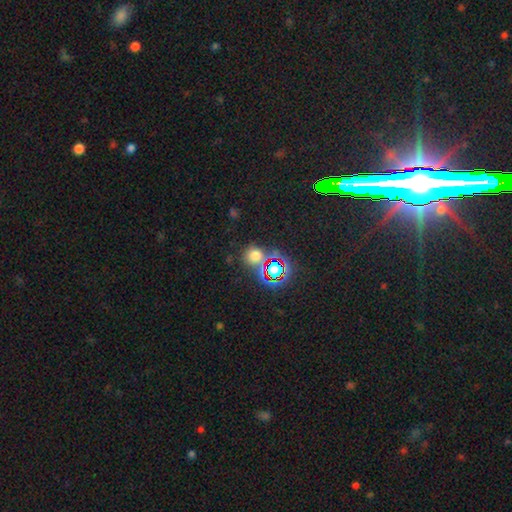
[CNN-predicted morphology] smooth 58%, star or artifact 34%, featured or disk 7%. Down the decision tree: how rounded — round (83%); merging — none (73%).